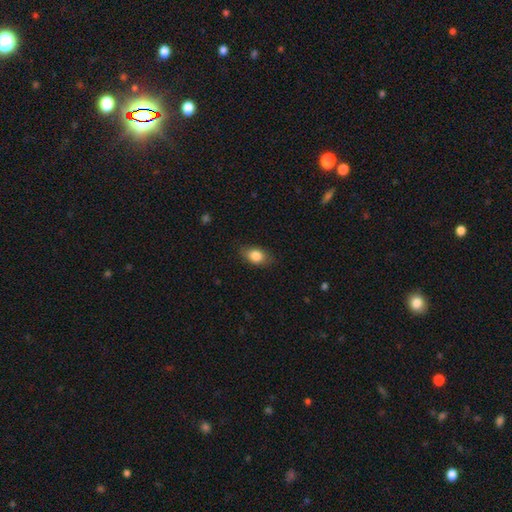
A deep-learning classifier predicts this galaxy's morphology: Smooth or featured?
  - smooth: 83% *
  - featured or disk: 9%
  - star or artifact: 8%
How rounded?
  - in between: 83% *
  - round: 14%
  - cigar-shaped: 3%
Merging?
  - none: 81% *
  - minor disturbance: 15%
  - major disturbance: 3%
  - merger: 1%